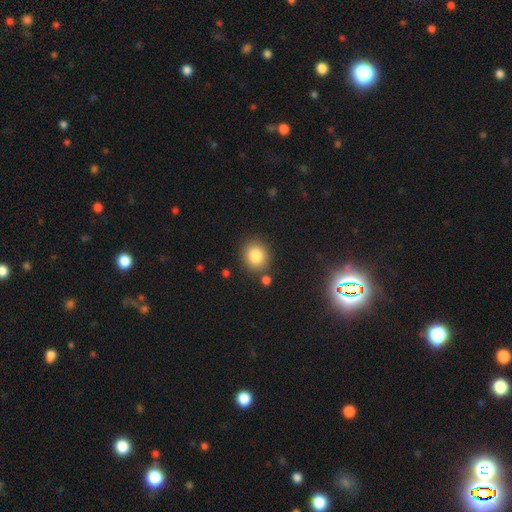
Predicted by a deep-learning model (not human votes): A smooth galaxy with no disk features (83%) that is round (77%). Merging: none (83%).